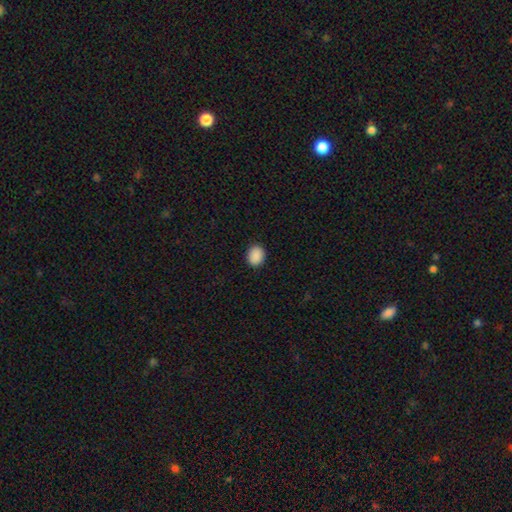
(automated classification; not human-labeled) Q: Smooth or featured?
A: smooth (90%); runner-up: star or artifact (8%)
Q: How rounded?
A: in between (50%); runner-up: round (49%)
Q: Merging?
A: none (90%); runner-up: minor disturbance (7%)